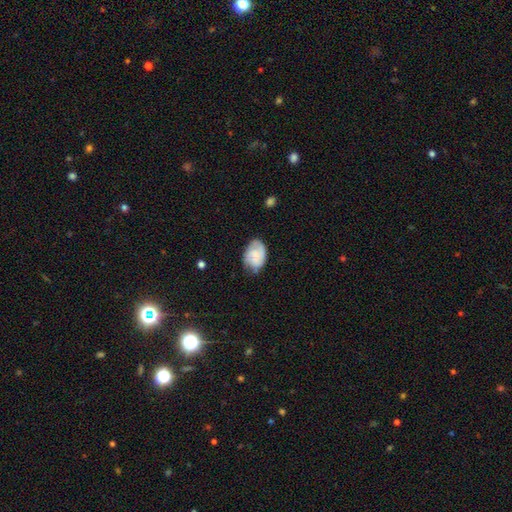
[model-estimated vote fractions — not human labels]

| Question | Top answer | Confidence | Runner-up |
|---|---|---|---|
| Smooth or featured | smooth | 55% | featured or disk (38%) |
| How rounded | in between | 80% | round (19%) |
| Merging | none | 57% | minor disturbance (32%) |